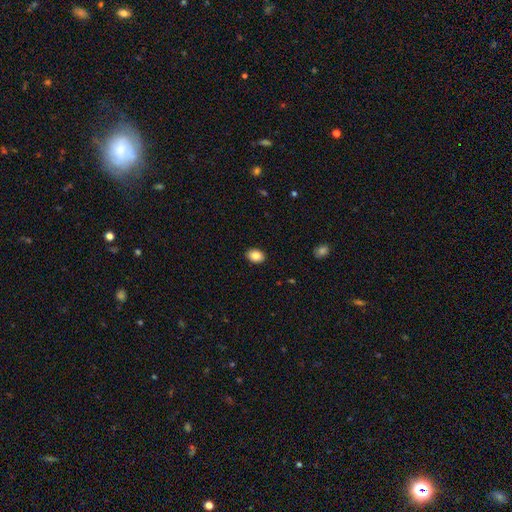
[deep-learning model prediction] A smooth galaxy with no disk features (86%) that is in between round and cigar-shaped (74%). Merging: none (90%).